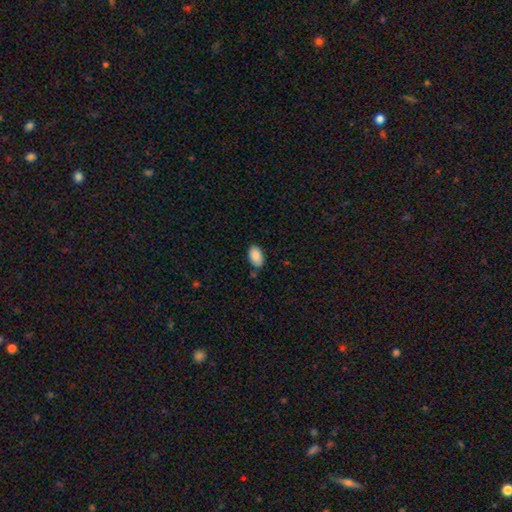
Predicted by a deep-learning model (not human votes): smooth_or_featured: smooth (p=0.89) [alt: star or artifact p=0.07]
how_rounded: in between (p=0.94) [alt: round p=0.05]
merging: none (p=0.80) [alt: minor disturbance p=0.14]